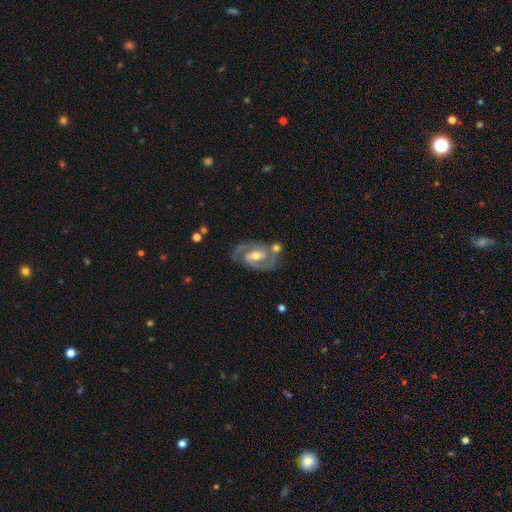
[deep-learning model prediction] Q: Smooth or featured?
A: featured or disk (88%); runner-up: smooth (7%)
Q: Edge-on disk?
A: no (97%); runner-up: yes (3%)
Q: Bar?
A: weak (45%); runner-up: no (28%)
Q: Spiral arms?
A: yes (95%); runner-up: no (5%)
Q: Spiral winding?
A: medium (51%); runner-up: tight (39%)
Q: Spiral arm count?
A: 2 (90%); runner-up: can't tell (4%)
Q: Bulge size?
A: moderate (64%); runner-up: small (29%)
Q: Merging?
A: none (74%); runner-up: minor disturbance (14%)